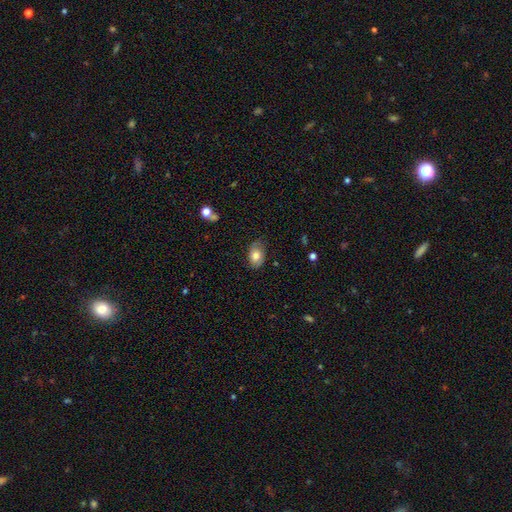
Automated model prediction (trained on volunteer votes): smooth-or-featured: smooth: 75% | featured or disk: 18% | star or artifact: 8%
  how-rounded: in between: 82% | round: 17% | cigar-shaped: 1%
  merging: none: 74% | minor disturbance: 20% | major disturbance: 4% | merger: 1%